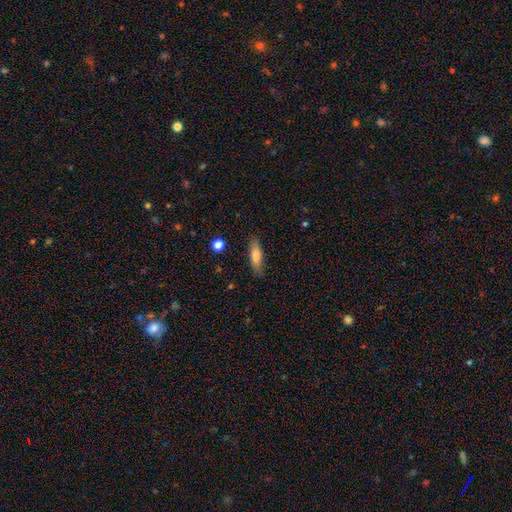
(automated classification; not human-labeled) Smooth or featured?
  - smooth: 81% *
  - featured or disk: 12%
  - star or artifact: 7%
How rounded?
  - cigar-shaped: 55% *
  - in between: 44%
  - round: 2%
Merging?
  - none: 84% *
  - minor disturbance: 12%
  - major disturbance: 3%
  - merger: 1%